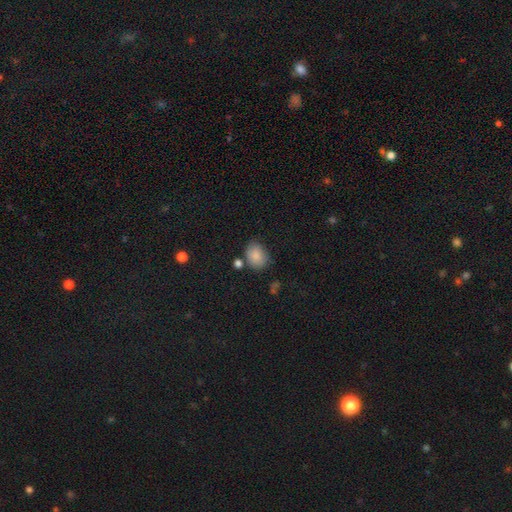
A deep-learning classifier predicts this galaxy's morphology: The model was most divided on "how rounded": in between: 66%, round: 33%, cigar-shaped: 1%. More confident: smooth or featured — smooth (85%); merging — none (67%).